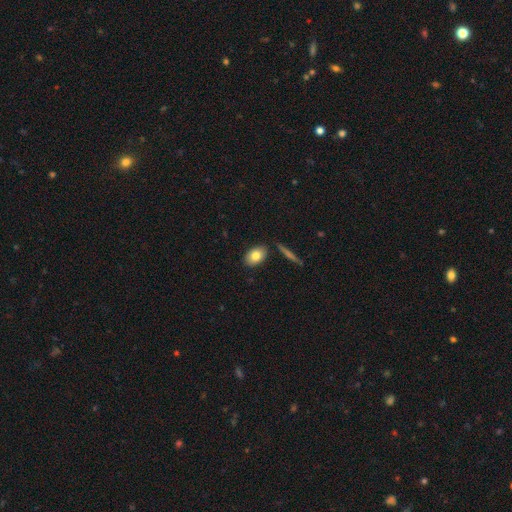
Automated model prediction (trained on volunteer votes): Morphology: type=smooth (79%); roundness=in between (87%); merging=none (83%).